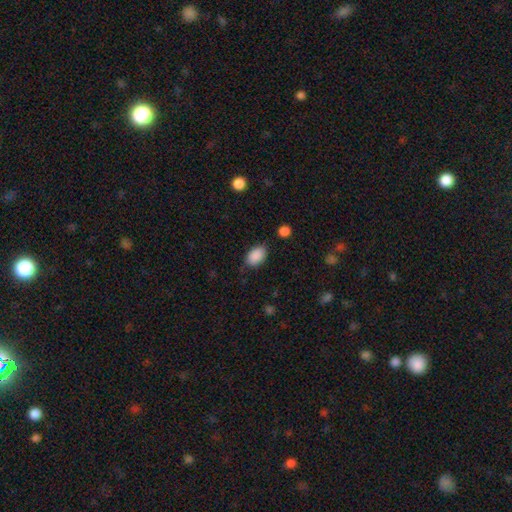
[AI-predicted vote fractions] The model was most divided on "merging": none: 78%, minor disturbance: 16%, major disturbance: 4%, merger: 2%. More confident: smooth or featured — smooth (89%); how rounded — in between (89%).